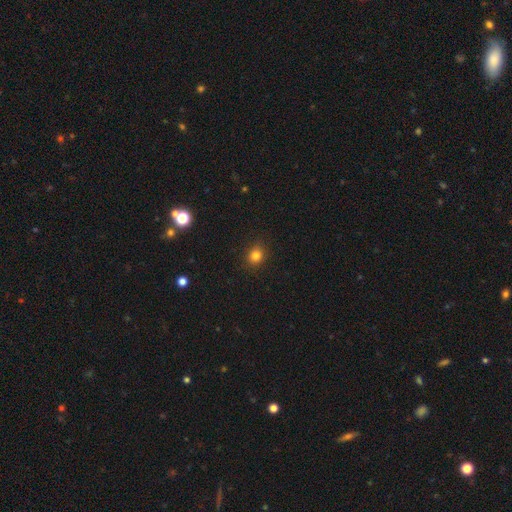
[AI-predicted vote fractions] smooth 82%, star or artifact 13%, featured or disk 5%. Down the decision tree: how rounded — round (75%); merging — none (88%).